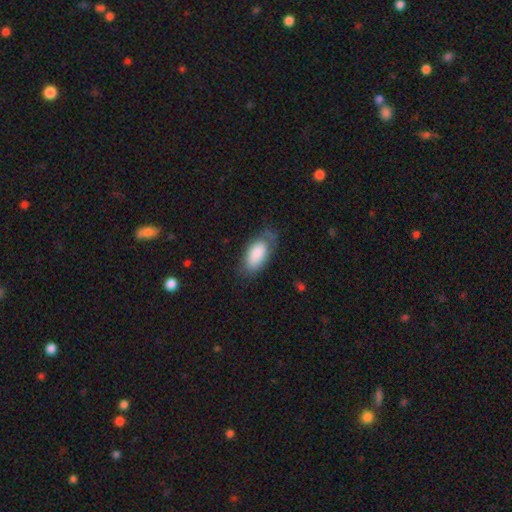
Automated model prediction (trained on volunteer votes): smooth-or-featured: smooth: 83% | featured or disk: 11% | star or artifact: 6%
  how-rounded: in between: 93% | cigar-shaped: 4% | round: 2%
  merging: none: 60% | minor disturbance: 27% | major disturbance: 11% | merger: 2%